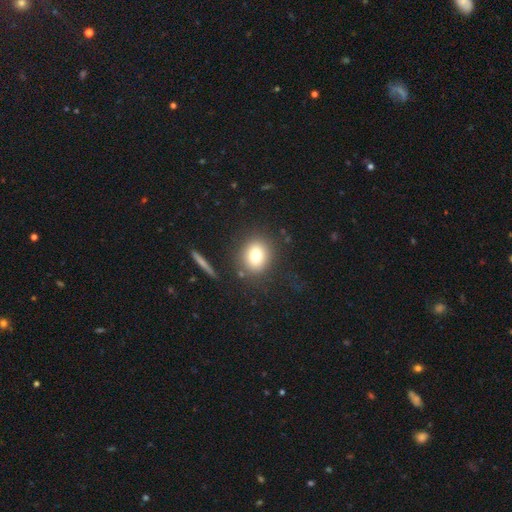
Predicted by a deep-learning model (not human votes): smooth 75%, featured or disk 13%, star or artifact 12%. Down the decision tree: how rounded — round (69%); merging — none (80%).